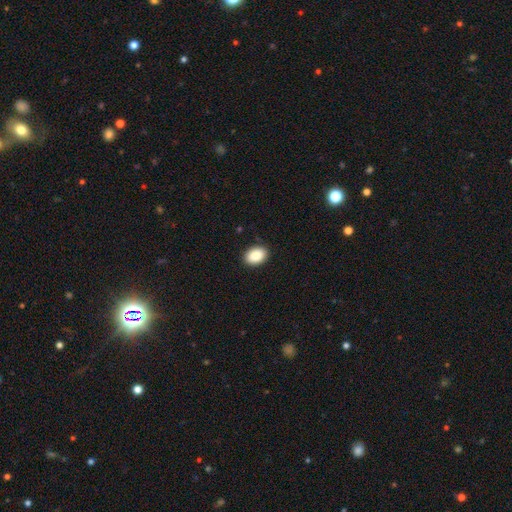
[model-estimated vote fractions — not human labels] Smooth or featured?
  - smooth: 89% *
  - star or artifact: 7%
  - featured or disk: 4%
How rounded?
  - in between: 79% *
  - round: 20%
  - cigar-shaped: 1%
Merging?
  - none: 89% *
  - minor disturbance: 8%
  - major disturbance: 2%
  - merger: 1%